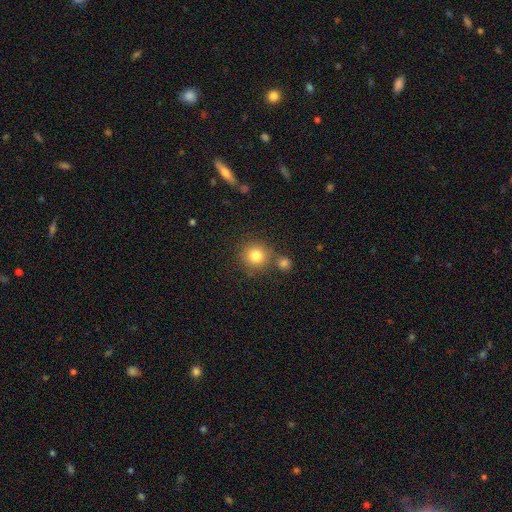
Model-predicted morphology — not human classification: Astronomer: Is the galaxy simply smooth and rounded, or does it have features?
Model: smooth — 81%.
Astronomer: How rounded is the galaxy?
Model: round — 92%.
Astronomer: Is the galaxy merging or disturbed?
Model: none — 73%.